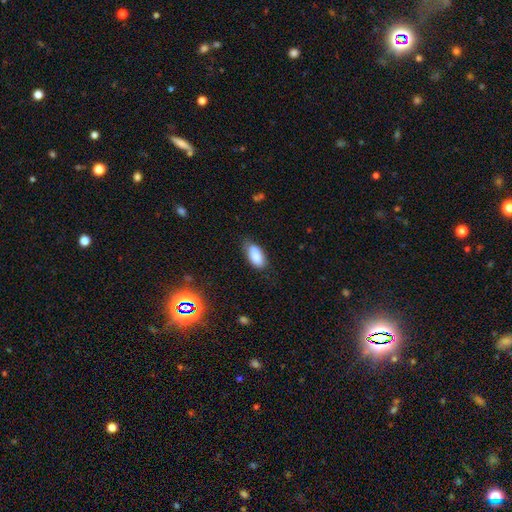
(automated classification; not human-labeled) smooth_or_featured: smooth (p=0.81) [alt: featured or disk p=0.11]
how_rounded: in between (p=0.89) [alt: cigar-shaped p=0.08]
merging: none (p=0.62) [alt: minor disturbance p=0.25]